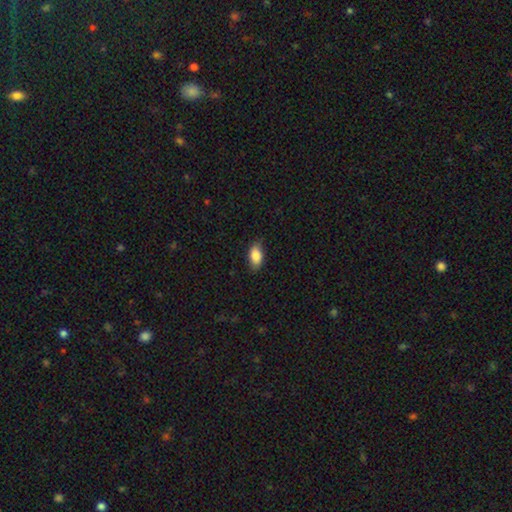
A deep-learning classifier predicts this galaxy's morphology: smooth 85%, featured or disk 8%, star or artifact 7%. Down the decision tree: how rounded — in between (91%); merging — none (82%).